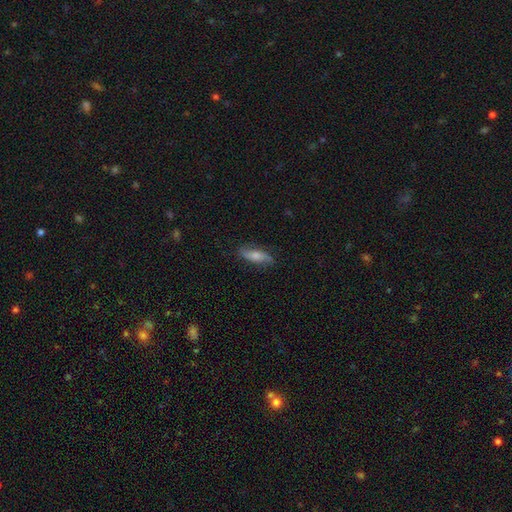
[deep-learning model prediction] A smooth galaxy with no disk features (56%) that is in between round and cigar-shaped (54%).

Vote fractions:
- Smooth or featured? smooth: 56% / featured or disk: 37% / star or artifact: 7%
- How rounded? in between: 54% / cigar-shaped: 43% / round: 3%
- Merging? none: 78% / minor disturbance: 17% / major disturbance: 4% / merger: 1%